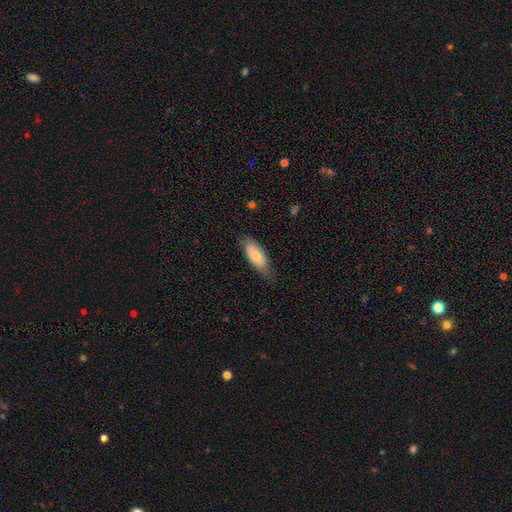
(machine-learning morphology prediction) Smooth or featured? Predicted: smooth (p=0.77). How rounded? Predicted: in between (p=0.80). Merging? Predicted: none (p=0.63).